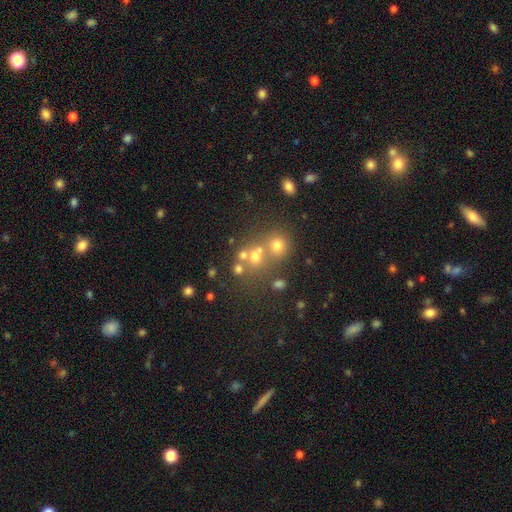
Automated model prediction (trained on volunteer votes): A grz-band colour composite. It shows a smooth galaxy with no disk features (52%) that is round (76%). Merging: none (43%, tied with merger).